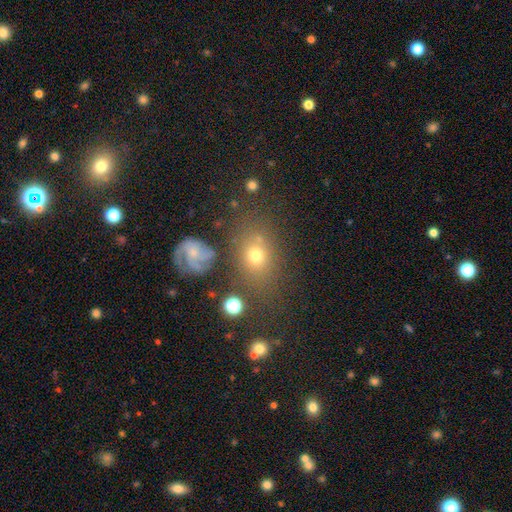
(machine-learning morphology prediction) Smooth or featured? Predicted: smooth (p=0.58). How rounded? Predicted: in between (p=0.54). Merging? Predicted: none (p=0.67).